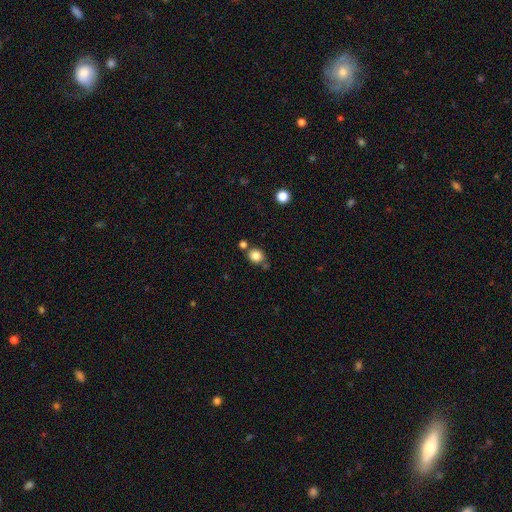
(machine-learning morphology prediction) Smooth or featured? smooth (83%)
How rounded? round (77%)
Merging? none (69%)